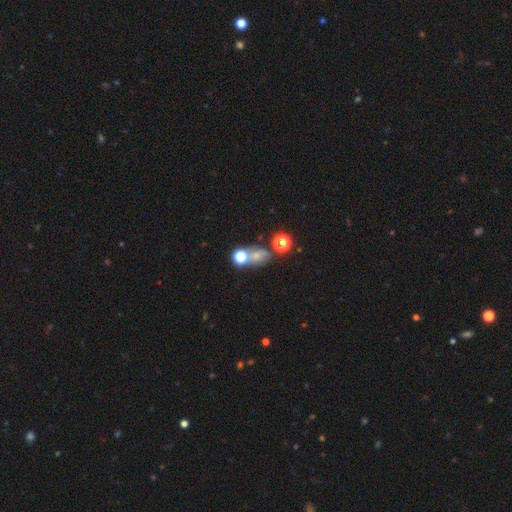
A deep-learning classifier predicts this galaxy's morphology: smooth-or-featured: smooth: 55% | star or artifact: 28% | featured or disk: 17%
  how-rounded: in between: 53% | round: 44% | cigar-shaped: 3%
  merging: none: 48% | merger: 27% | minor disturbance: 15% | major disturbance: 10%